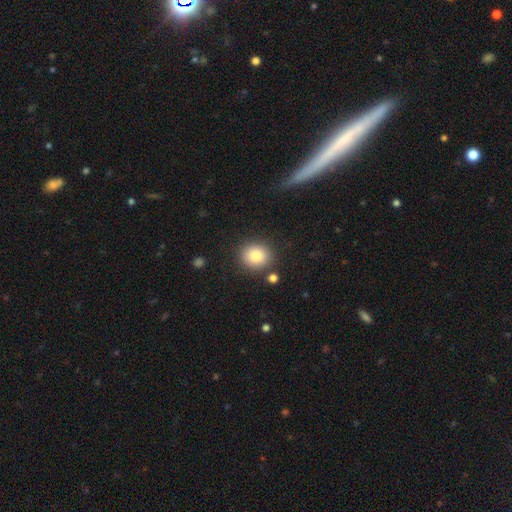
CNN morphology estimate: Smooth or featured? smooth (84%)
How rounded? round (73%)
Merging? none (83%)